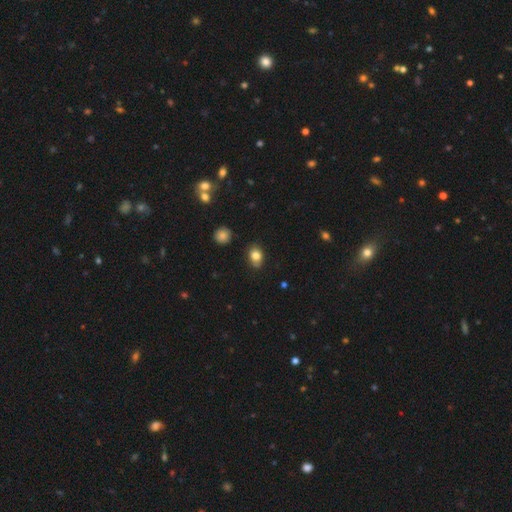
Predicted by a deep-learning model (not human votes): Overall: smooth (81%). How rounded: in between (62%; round 37%). Merging: none (74%).